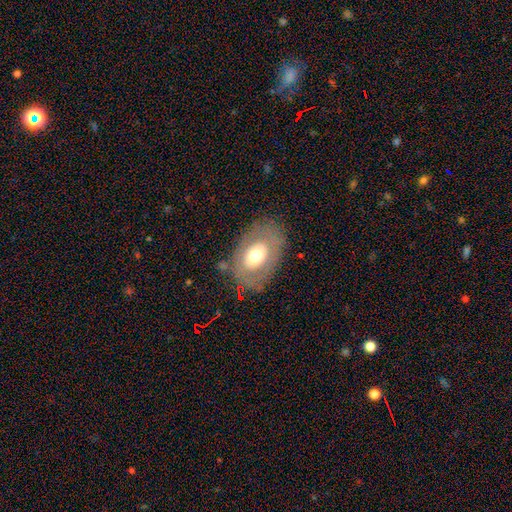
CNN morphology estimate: smooth-or-featured: smooth: 52% | featured or disk: 41% | star or artifact: 7%
  how-rounded: in between: 81% | round: 18% | cigar-shaped: 1%
  merging: none: 76% | minor disturbance: 15% | major disturbance: 7% | merger: 2%